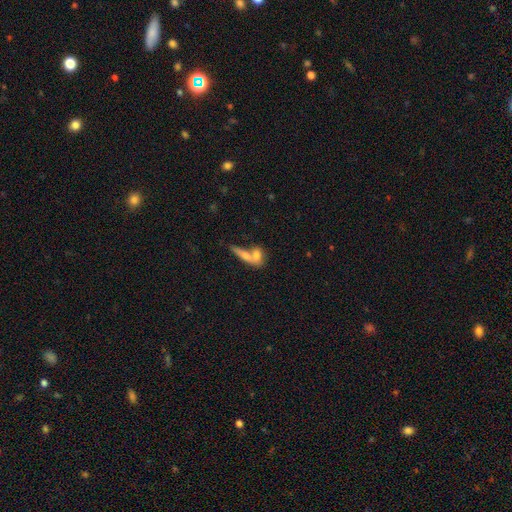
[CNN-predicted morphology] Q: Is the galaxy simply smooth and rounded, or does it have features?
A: smooth — 67%.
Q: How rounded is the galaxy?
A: in between — 52%.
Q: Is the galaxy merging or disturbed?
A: merger — 56%.